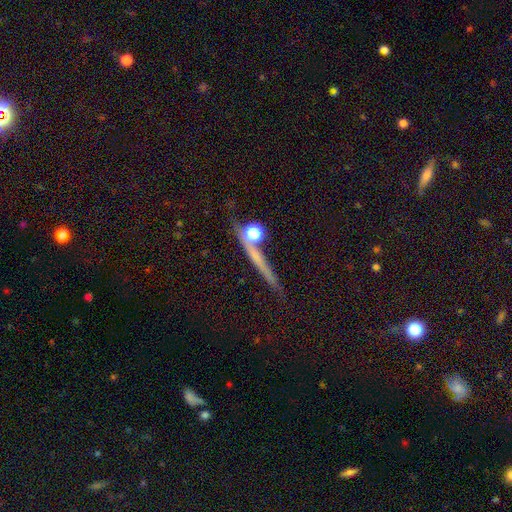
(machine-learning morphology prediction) Smooth or featured? Predicted: featured or disk (p=0.41). Merging? Predicted: none (p=0.72).